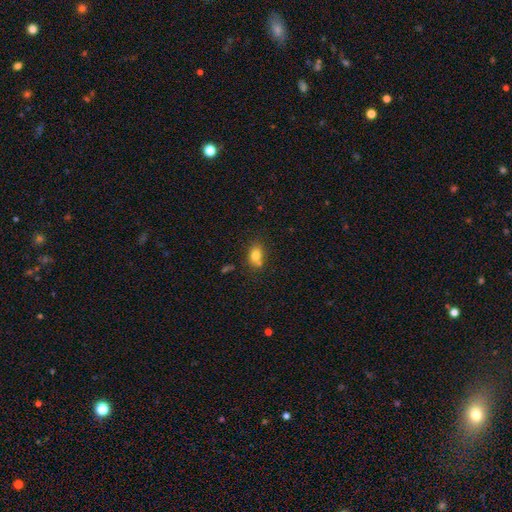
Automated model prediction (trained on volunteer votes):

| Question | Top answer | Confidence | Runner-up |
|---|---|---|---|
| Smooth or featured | smooth | 78% | star or artifact (11%) |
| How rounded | in between | 62% | round (37%) |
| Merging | none | 60% | merger (20%) |